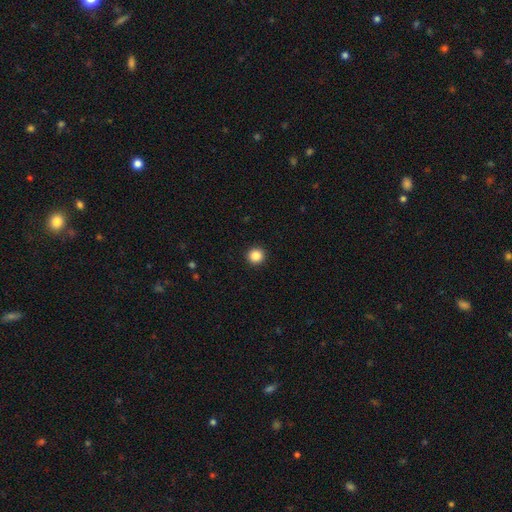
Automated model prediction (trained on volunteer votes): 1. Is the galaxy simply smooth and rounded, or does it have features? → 86% smooth, 10% star or artifact, 3% featured or disk.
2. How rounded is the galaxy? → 95% round, 4% in between, 1% cigar-shaped.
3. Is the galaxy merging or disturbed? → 94% none, 4% minor disturbance, 1% major disturbance, 1% merger.